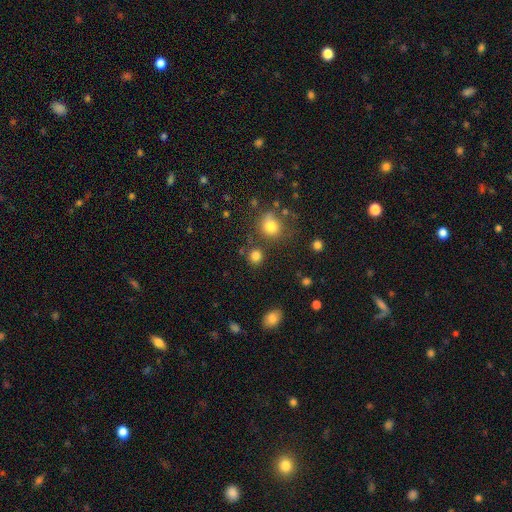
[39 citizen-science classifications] A smooth galaxy with no disk features (90%) that is round (94%). Merging: none (92%).